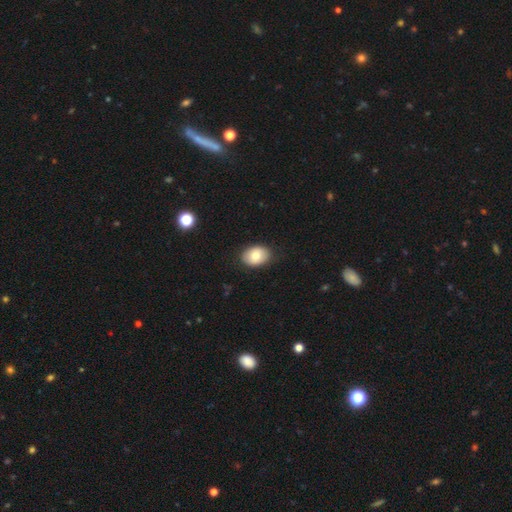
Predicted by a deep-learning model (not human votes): A smooth galaxy with no disk features (77%) that is in between round and cigar-shaped (76%). Merging: none (85%).